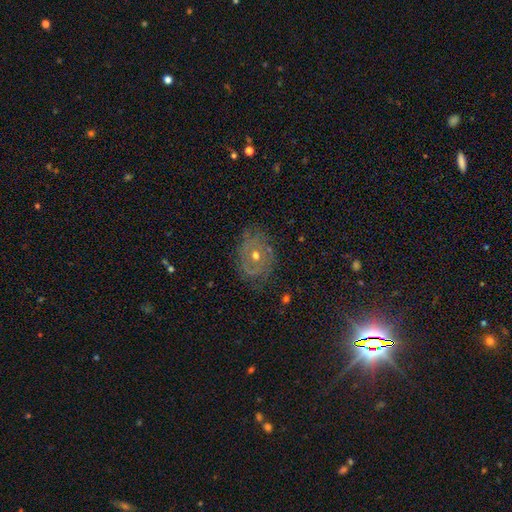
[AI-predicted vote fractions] This is likely a featured or disk galaxy (63%). It is clearly not viewed edge-on (96%). Bar: clearly no (86%). Spiral arm pattern: likely yes (60%). Central bulge: likely moderate (65%). Merging: likely none (70%).